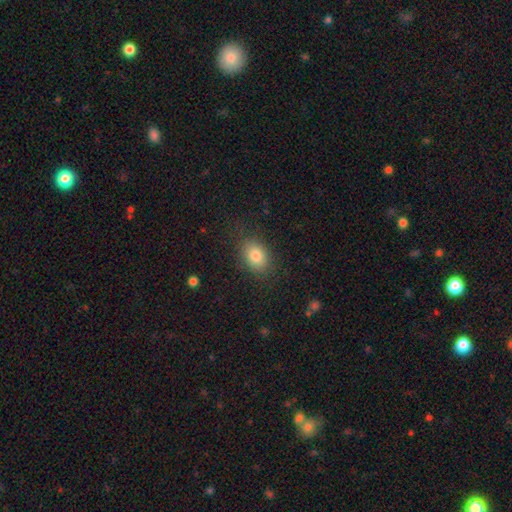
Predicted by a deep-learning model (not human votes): A smooth galaxy with no disk features (82%) that is in between round and cigar-shaped (73%).

Vote fractions:
- Smooth or featured? smooth: 82% / star or artifact: 9% / featured or disk: 9%
- How rounded? in between: 73% / round: 25% / cigar-shaped: 1%
- Merging? none: 83% / minor disturbance: 12% / major disturbance: 4% / merger: 1%